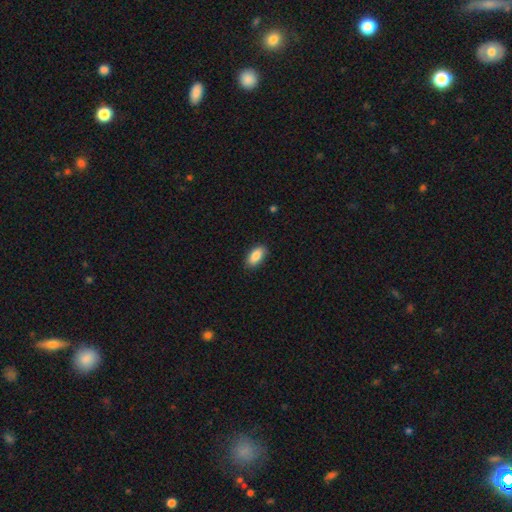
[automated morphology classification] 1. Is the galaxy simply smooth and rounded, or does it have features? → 88% smooth, 7% star or artifact, 5% featured or disk.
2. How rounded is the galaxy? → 92% in between, 5% cigar-shaped, 3% round.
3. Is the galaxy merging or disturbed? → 86% none, 11% minor disturbance, 2% major disturbance, 1% merger.